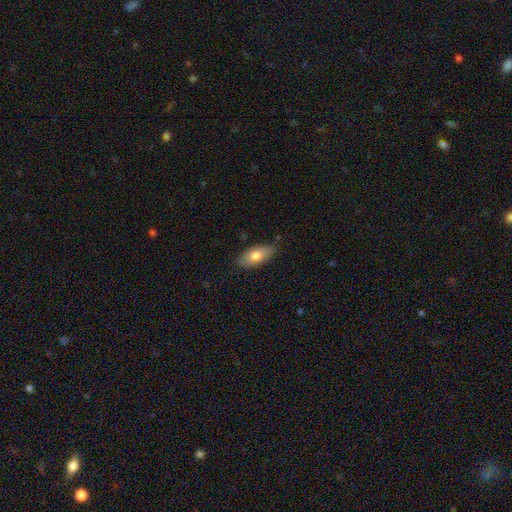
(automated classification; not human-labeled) smooth-or-featured: smooth: 76% | featured or disk: 18% | star or artifact: 6%
  how-rounded: in between: 85% | cigar-shaped: 12% | round: 3%
  merging: none: 81% | minor disturbance: 15% | major disturbance: 2% | merger: 1%